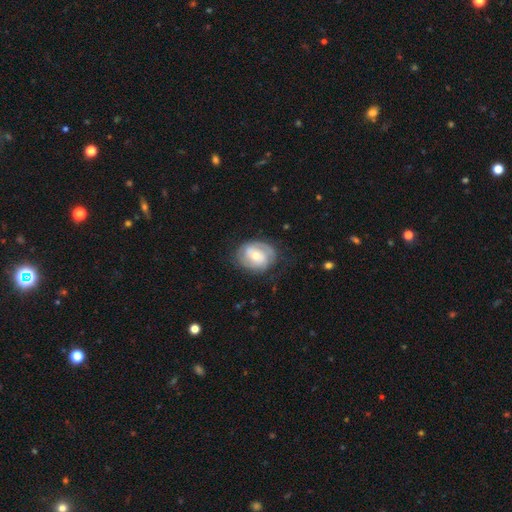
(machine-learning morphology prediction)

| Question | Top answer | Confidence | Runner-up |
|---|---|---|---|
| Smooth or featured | featured or disk | 67% | smooth (27%) |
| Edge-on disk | no | 97% | yes (3%) |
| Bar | no | 48% | weak (38%) |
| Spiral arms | yes | 79% | no (21%) |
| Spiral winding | tight | 57% | medium (30%) |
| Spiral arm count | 2 | 51% | can't tell (31%) |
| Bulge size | moderate | 59% | small (36%) |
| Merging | none | 69% | minor disturbance (21%) |